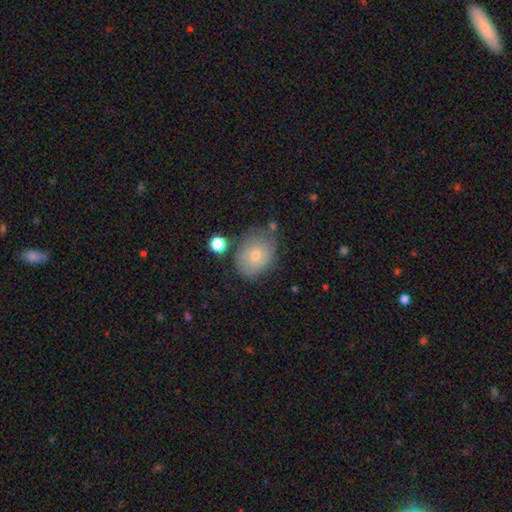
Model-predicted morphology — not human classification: smooth-or-featured: smooth: 63% | featured or disk: 27% | star or artifact: 10%
  how-rounded: in between: 58% | round: 41% | cigar-shaped: 1%
  merging: none: 68% | minor disturbance: 21% | major disturbance: 6% | merger: 5%